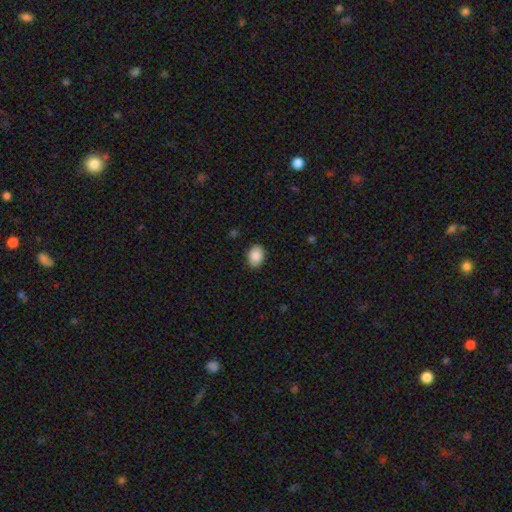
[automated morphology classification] Smooth or featured? Predicted: smooth (p=0.88). How rounded? Predicted: in between (p=0.77). Merging? Predicted: none (p=0.87).